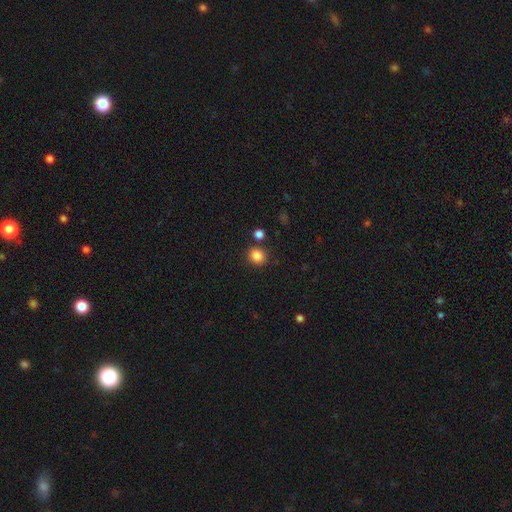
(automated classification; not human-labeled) Smooth or featured: smooth — 85% (star or artifact — 11%)
How rounded: round — 84% (in between — 16%)
Merging: none — 84% (minor disturbance — 8%)